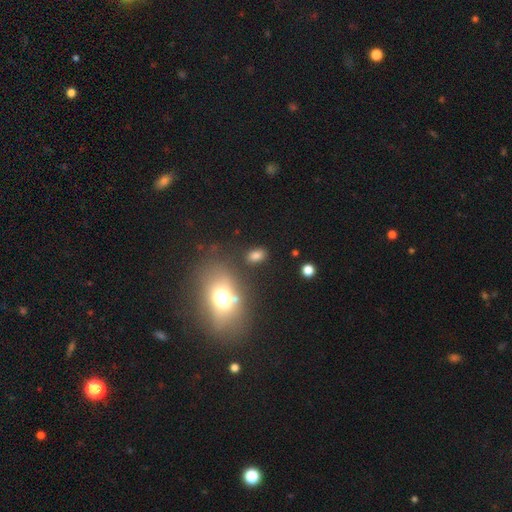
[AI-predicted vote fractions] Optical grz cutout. It shows a smooth galaxy with no disk features (75%) that is in between round and cigar-shaped (83%). Merging: none (78%).